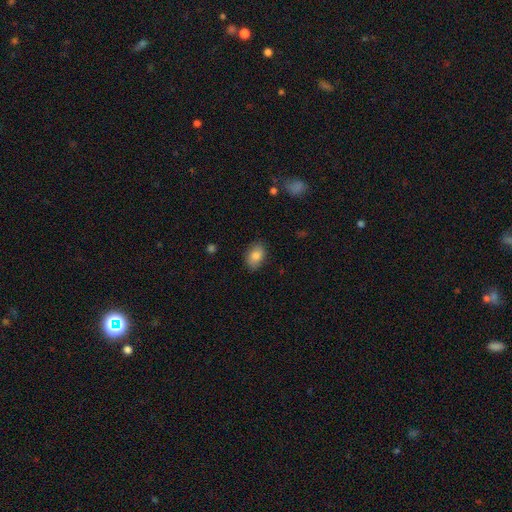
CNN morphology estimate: Smooth or featured? smooth (85%)
How rounded? in between (84%)
Merging? none (82%)